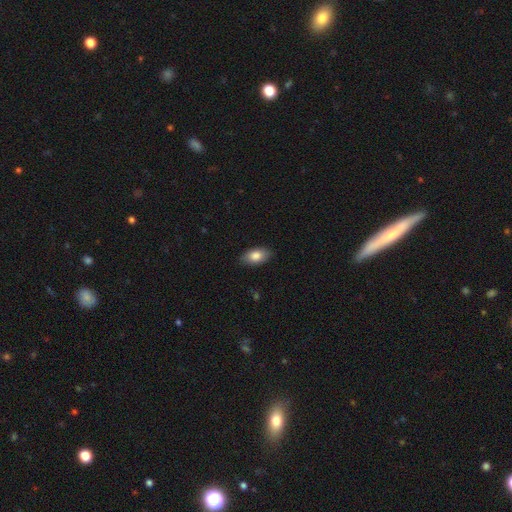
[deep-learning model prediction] This is clearly a smooth galaxy (84%). How rounded: clearly in between (92%). Merging: clearly none (85%).